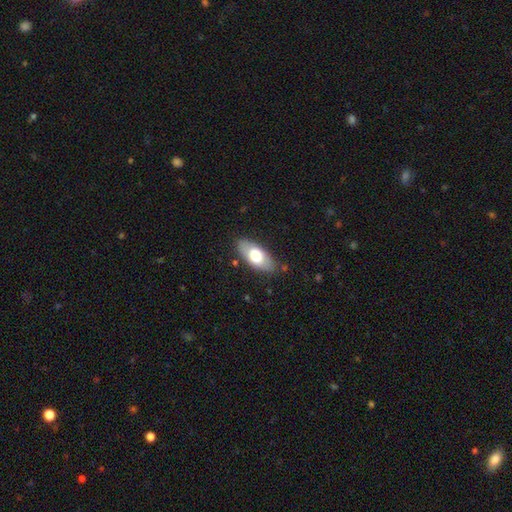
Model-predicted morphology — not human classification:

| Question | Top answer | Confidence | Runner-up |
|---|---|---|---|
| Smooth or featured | smooth | 68% | featured or disk (26%) |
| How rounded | in between | 89% | cigar-shaped (9%) |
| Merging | none | 82% | minor disturbance (13%) |